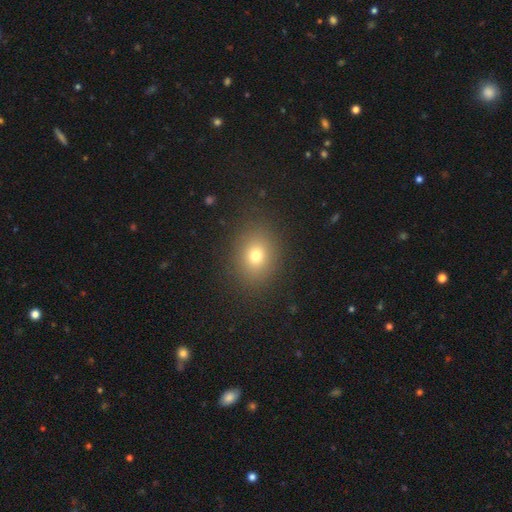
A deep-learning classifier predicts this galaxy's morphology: Smooth or featured? smooth (73%)
How rounded? round (58%)
Merging? none (86%)